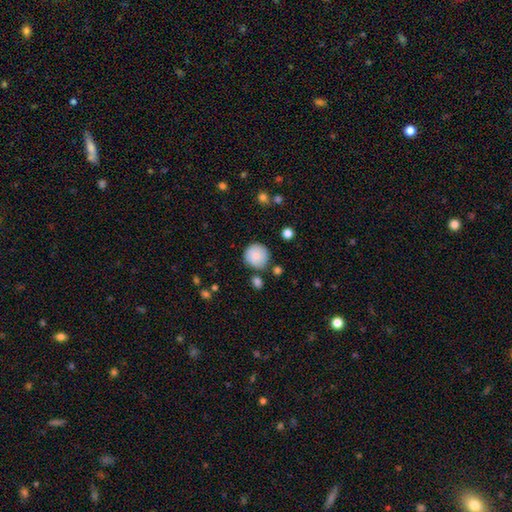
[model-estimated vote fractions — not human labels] Smooth or featured?
  - smooth: 86% *
  - star or artifact: 7%
  - featured or disk: 7%
How rounded?
  - round: 92% *
  - in between: 7%
  - cigar-shaped: 1%
Merging?
  - none: 78% *
  - minor disturbance: 13%
  - merger: 5%
  - major disturbance: 3%